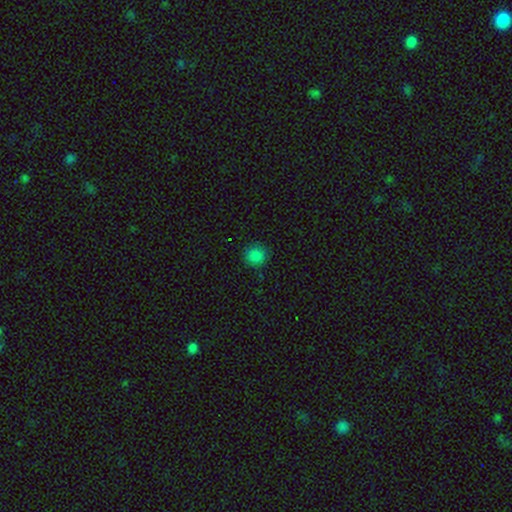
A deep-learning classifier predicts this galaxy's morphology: This is clearly a smooth galaxy (85%). How rounded: clearly round (91%). Merging: clearly none (90%).